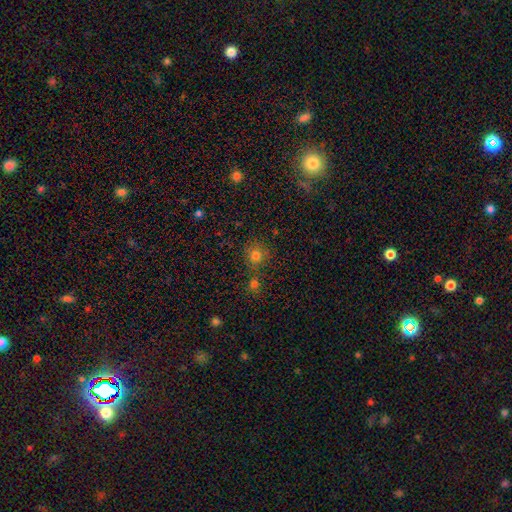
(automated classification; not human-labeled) Smooth or featured? smooth (76%)
How rounded? round (89%)
Merging? none (70%)